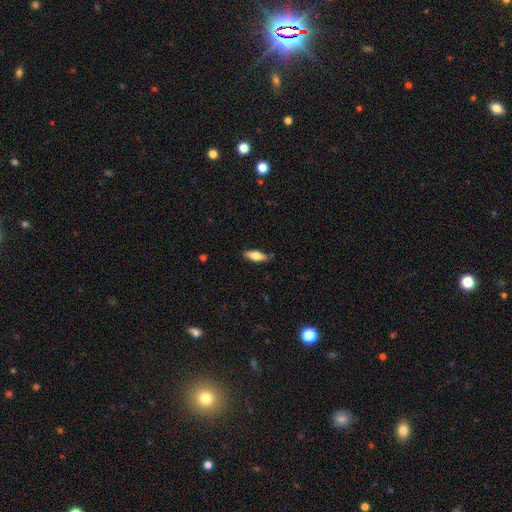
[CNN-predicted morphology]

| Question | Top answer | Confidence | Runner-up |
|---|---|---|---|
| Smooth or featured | smooth | 65% | featured or disk (29%) |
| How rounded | in between | 62% | cigar-shaped (36%) |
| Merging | none | 83% | minor disturbance (13%) |